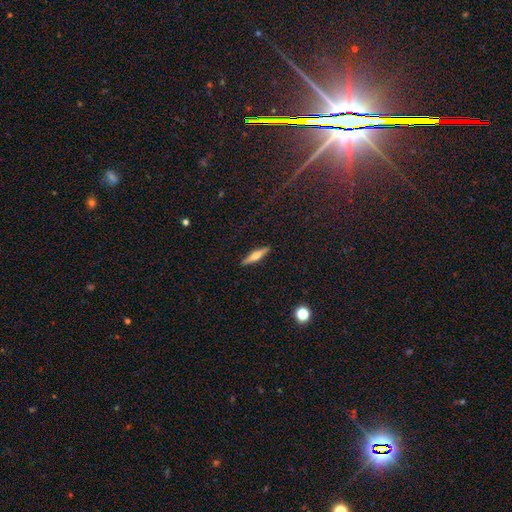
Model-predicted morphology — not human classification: A featured or disk galaxy (56%) viewed edge-on (96%) with a rounded central bulge (89%). Merging: none (91%).